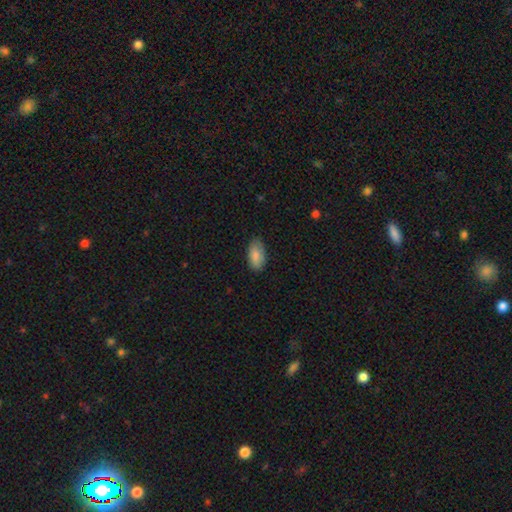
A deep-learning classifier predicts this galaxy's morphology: This appears to be a smooth galaxy with no disk features (86%) that is in between round and cigar-shaped (93%). Merging: none (81%).